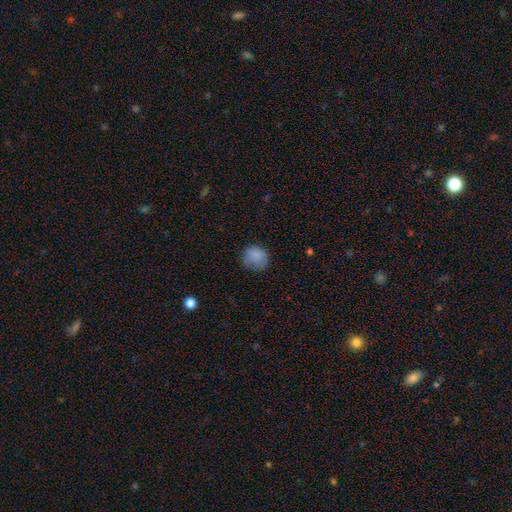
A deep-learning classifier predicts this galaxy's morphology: The model was most divided on "merging": none: 72%, minor disturbance: 20%, major disturbance: 6%, merger: 1%. More confident: how rounded — round (84%); smooth or featured — smooth (83%).